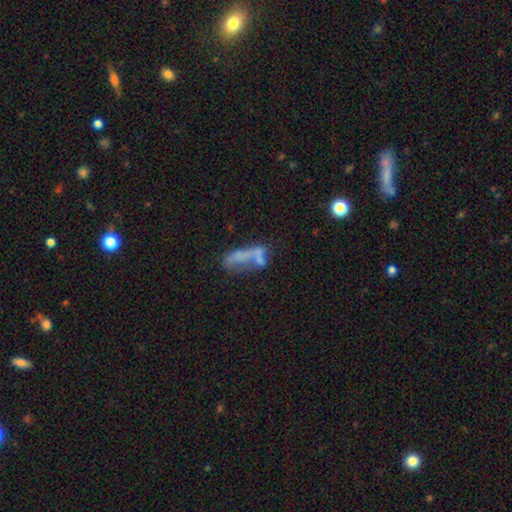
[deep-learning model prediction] Smooth or featured? Predicted: smooth (p=0.48). Merging? Predicted: merger (p=0.41).